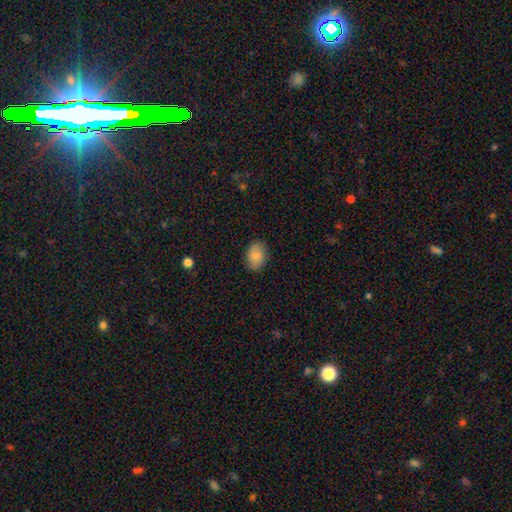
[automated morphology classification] type=smooth (84%); roundness=in between (83%); merging=none (83%).